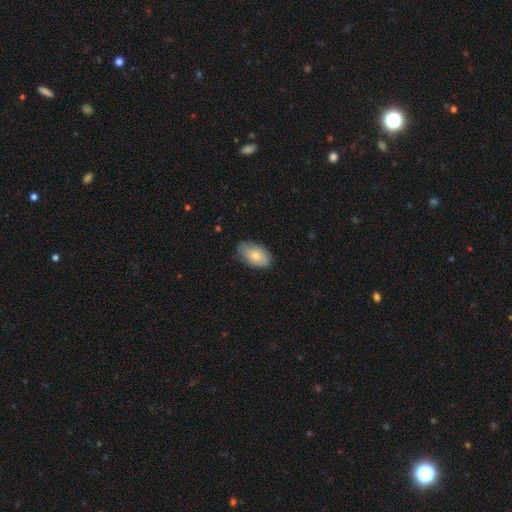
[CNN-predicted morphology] Smooth or featured? smooth (75%)
How rounded? in between (92%)
Merging? none (76%)